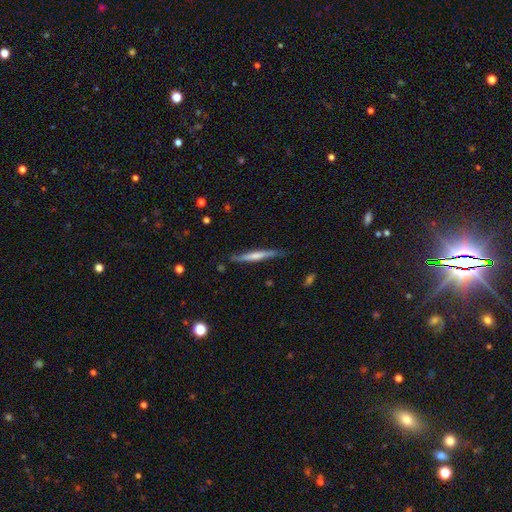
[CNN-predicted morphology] type=smooth (49%); merging=none (81%).